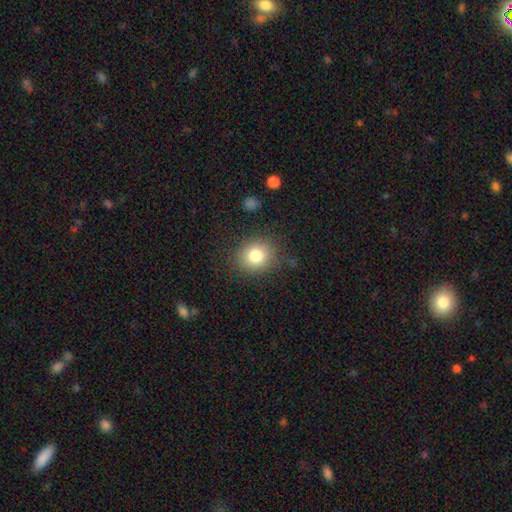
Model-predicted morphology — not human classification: type=smooth (80%); roundness=round (77%); merging=none (84%).